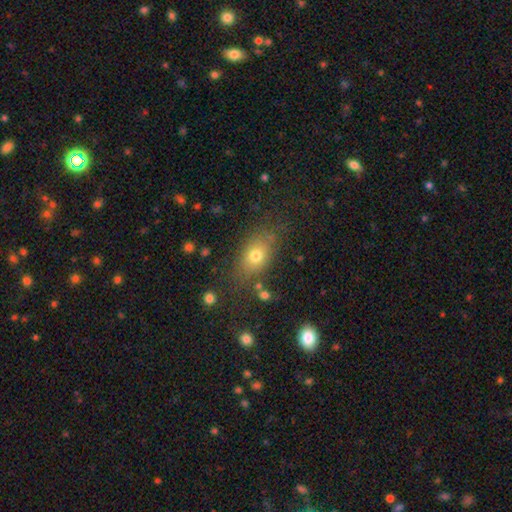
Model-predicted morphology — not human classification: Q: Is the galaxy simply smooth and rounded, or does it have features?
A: smooth — 72%.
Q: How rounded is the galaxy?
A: in between — 73%.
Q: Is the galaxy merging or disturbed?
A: none — 75%.